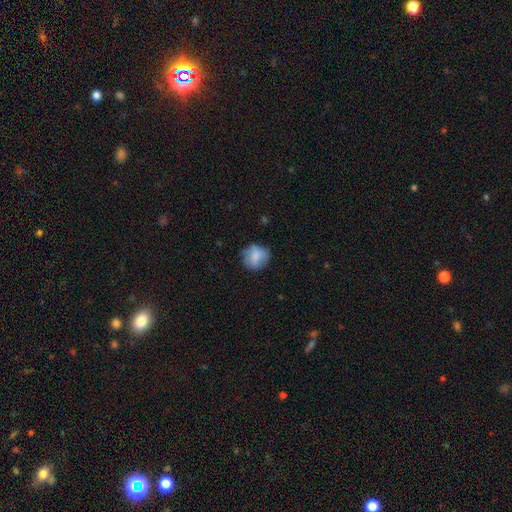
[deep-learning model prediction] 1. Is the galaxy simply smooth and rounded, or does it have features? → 74% smooth, 18% featured or disk, 8% star or artifact.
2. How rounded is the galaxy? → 81% round, 17% in between, 1% cigar-shaped.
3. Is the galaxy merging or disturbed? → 70% none, 22% minor disturbance, 7% major disturbance, 2% merger.